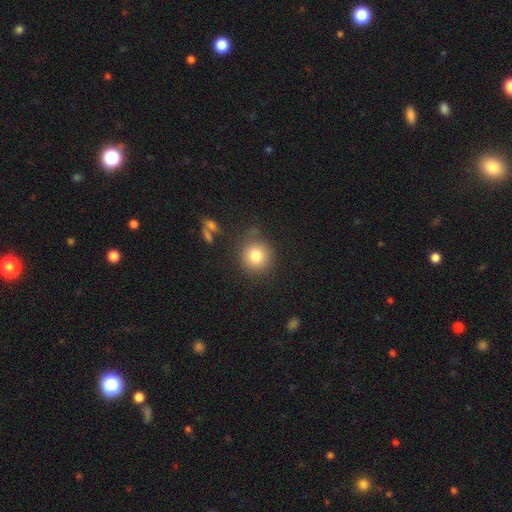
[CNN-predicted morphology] This appears to be a smooth galaxy with no disk features (81%) that is round (90%). Merging: none (79%).